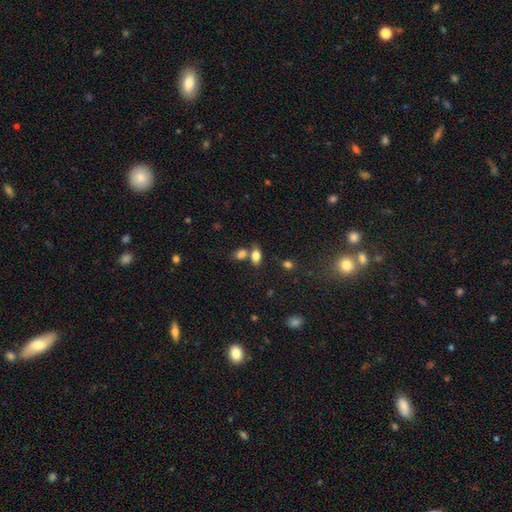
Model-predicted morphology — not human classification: A smooth galaxy with no disk features (80%) that is in between round and cigar-shaped (88%). Merging: none (54%).